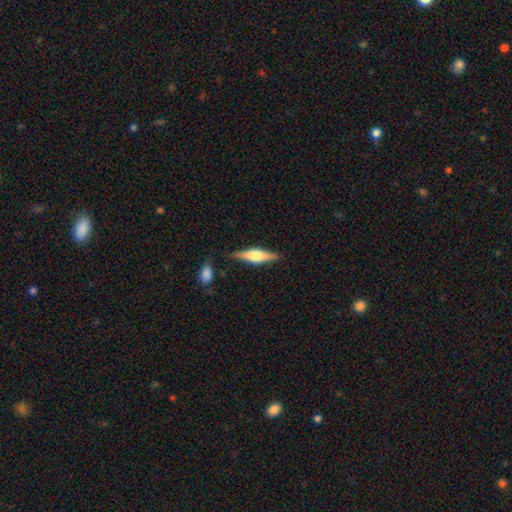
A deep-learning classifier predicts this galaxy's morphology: This appears to be a featured or disk galaxy (58%) viewed edge-on (96%) with a rounded central bulge (87%). Merging: none (81%).